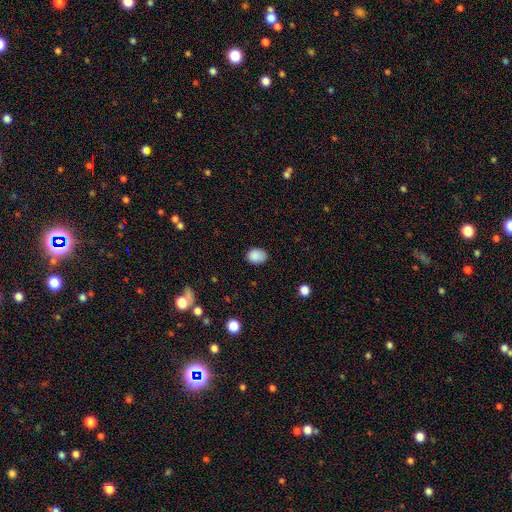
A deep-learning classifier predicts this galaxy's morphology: This appears to be a smooth galaxy with no disk features (87%) that is in between round and cigar-shaped (69%). Merging: none (79%).